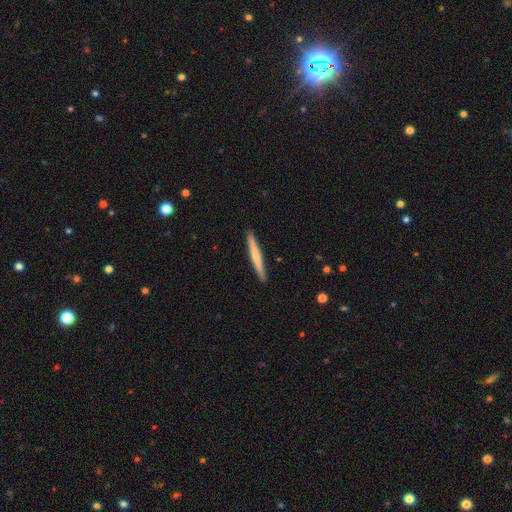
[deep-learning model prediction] A smooth galaxy with no disk features (57%) that is cigar-shaped (97%). Merging: none (92%).